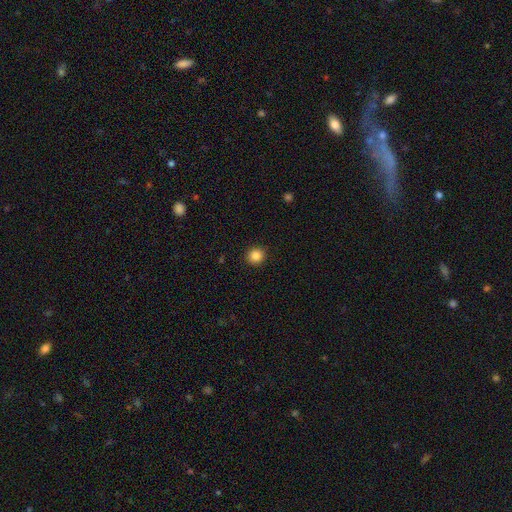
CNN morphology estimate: smooth_or_featured: smooth (p=0.86) [alt: star or artifact p=0.11]
how_rounded: round (p=0.91) [alt: in between p=0.08]
merging: none (p=0.92) [alt: minor disturbance p=0.05]